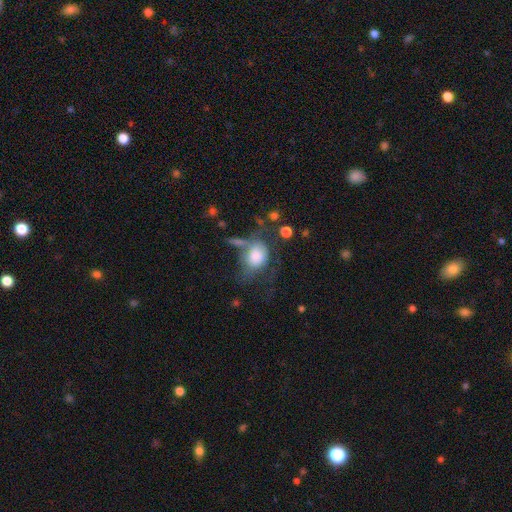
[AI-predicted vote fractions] Morphology: type=smooth (67%); roundness=in between (53%); merging=major disturbance (36%).